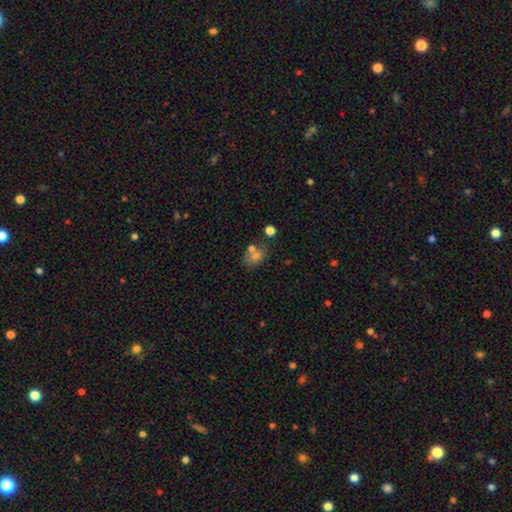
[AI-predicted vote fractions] Smooth or featured? Predicted: smooth (p=0.65). How rounded? Predicted: in between (p=0.58). Merging? Predicted: none (p=0.50).